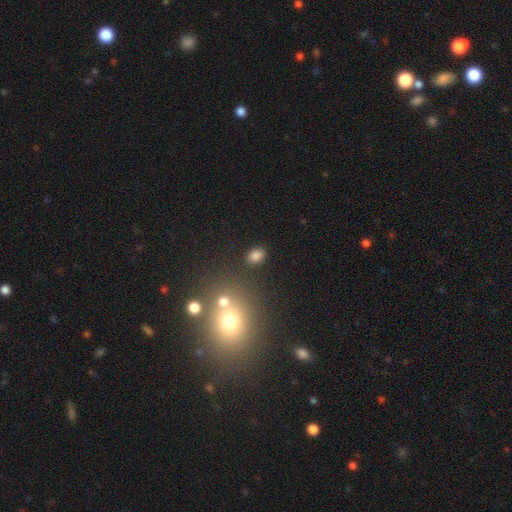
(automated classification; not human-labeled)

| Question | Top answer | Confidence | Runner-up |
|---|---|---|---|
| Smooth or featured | smooth | 80% | star or artifact (14%) |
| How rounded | in between | 60% | round (39%) |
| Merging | none | 83% | minor disturbance (10%) |